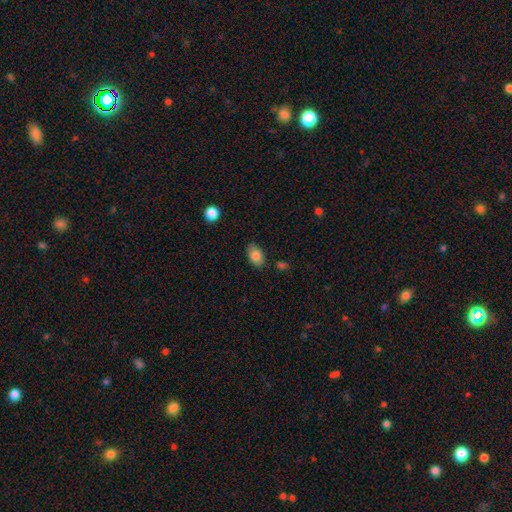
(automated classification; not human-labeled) Smooth or featured?
  - smooth: 82% *
  - featured or disk: 11%
  - star or artifact: 8%
How rounded?
  - in between: 89% *
  - round: 9%
  - cigar-shaped: 2%
Merging?
  - none: 79% *
  - minor disturbance: 16%
  - major disturbance: 3%
  - merger: 2%